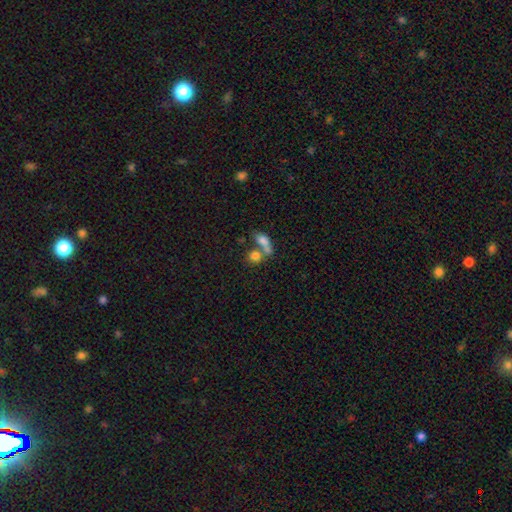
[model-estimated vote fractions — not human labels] Smooth or featured? smooth (77%)
How rounded? round (58%)
Merging? merger (53%)